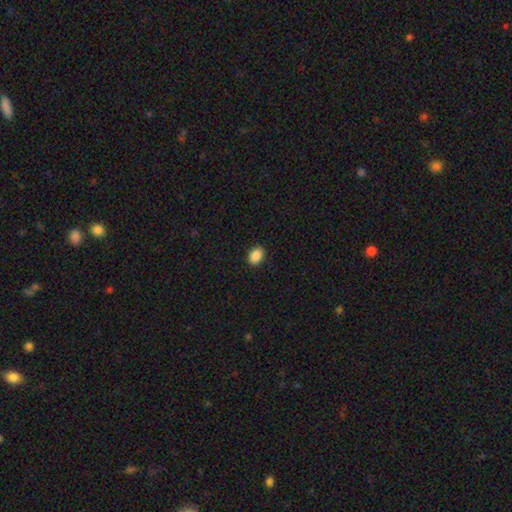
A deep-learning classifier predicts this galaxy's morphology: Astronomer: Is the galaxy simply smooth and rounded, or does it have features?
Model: smooth — 90%.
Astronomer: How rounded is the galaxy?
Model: in between — 78%.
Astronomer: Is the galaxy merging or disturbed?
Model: none — 90%.